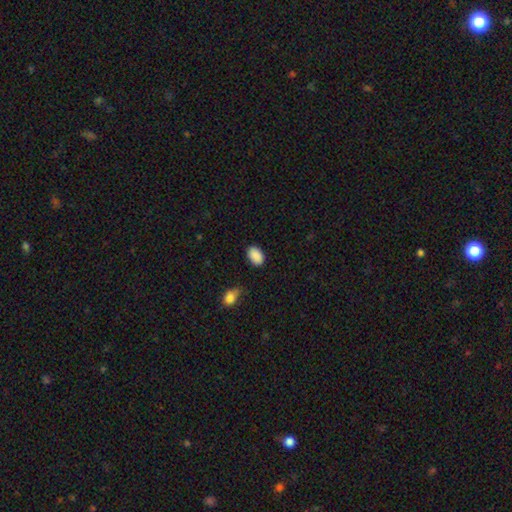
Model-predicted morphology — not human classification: This appears to be a smooth galaxy with no disk features (89%) that is in between round and cigar-shaped (88%). Merging: none (82%).